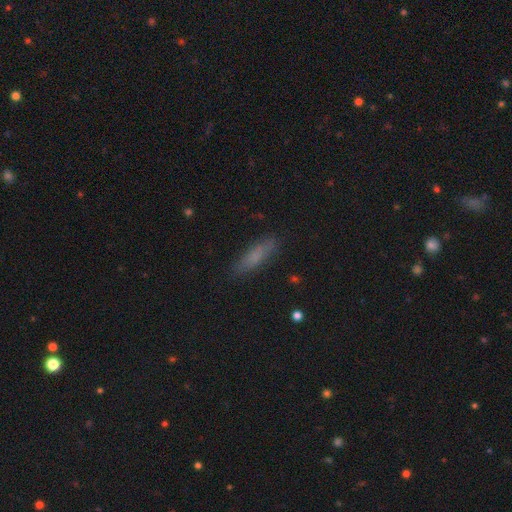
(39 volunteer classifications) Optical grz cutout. It shows a smooth galaxy with no disk features (79%) that is cigar-shaped (84%). Merging: none (81%).